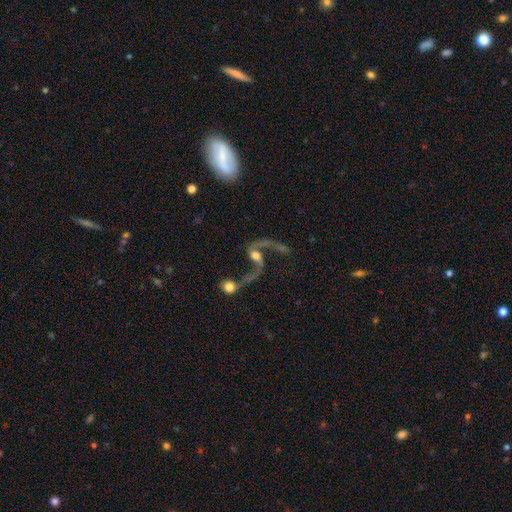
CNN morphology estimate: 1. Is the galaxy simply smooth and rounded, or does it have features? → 85% featured or disk, 8% smooth, 7% star or artifact.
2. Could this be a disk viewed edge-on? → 96% no, 4% yes.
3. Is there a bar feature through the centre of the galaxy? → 45% no, 37% weak, 18% strong.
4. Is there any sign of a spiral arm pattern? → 93% yes, 7% no.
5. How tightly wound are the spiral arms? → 90% loose, 8% medium, 2% tight.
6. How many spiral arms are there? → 92% 2, 4% 1, 1% can't tell, 1% 3, 1% 4, 1% more than 4.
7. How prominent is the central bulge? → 55% moderate, 20% small, 16% large, 6% none, 3% dominant.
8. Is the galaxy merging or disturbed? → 38% none, 31% merger, 19% major disturbance, 12% minor disturbance.